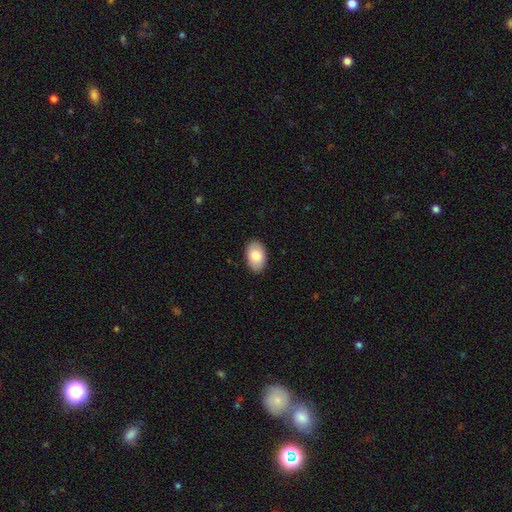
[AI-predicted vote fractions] Smooth or featured? Predicted: smooth (p=0.82). How rounded? Predicted: in between (p=0.92). Merging? Predicted: none (p=0.89).